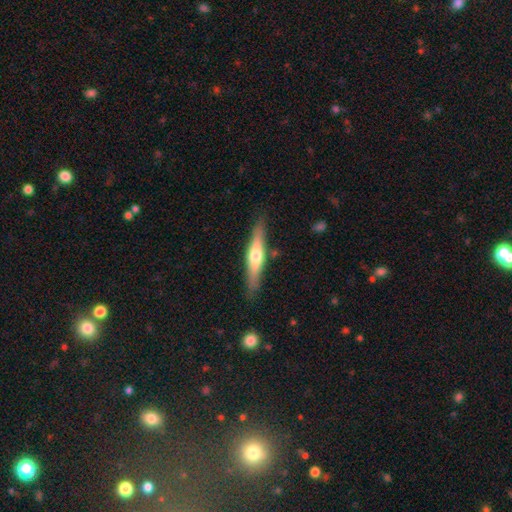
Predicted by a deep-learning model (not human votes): Smooth or featured: featured or disk — 57% (smooth — 37%)
Edge-on disk: yes — 94% (no — 6%)
Edge-on bulge: rounded — 88% (boxy — 6%)
Merging: none — 85% (minor disturbance — 10%)